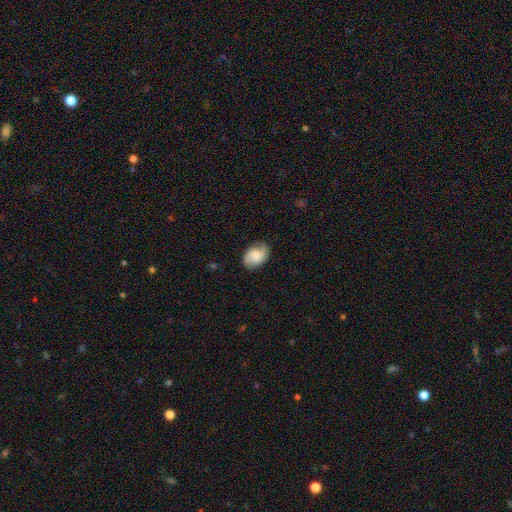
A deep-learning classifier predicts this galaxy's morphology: Smooth or featured: smooth — 59% (featured or disk — 32%)
How rounded: in between — 78% (round — 21%)
Merging: none — 78% (minor disturbance — 16%)